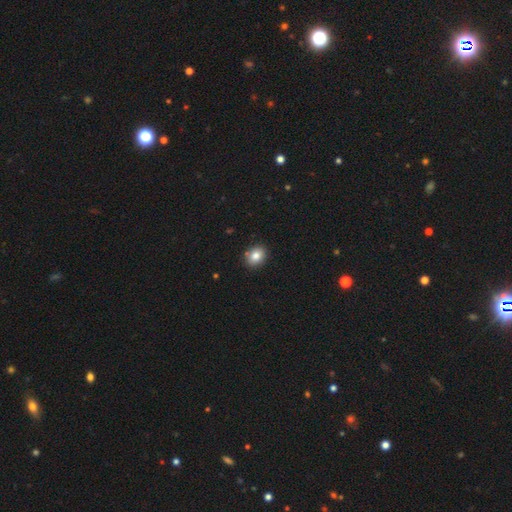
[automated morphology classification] This appears to be a smooth galaxy with no disk features (83%) that is round (50%). Merging: none (87%).